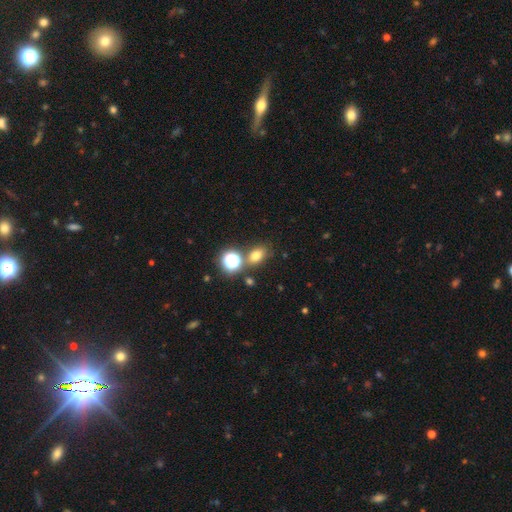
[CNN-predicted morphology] Smooth or featured? smooth (71%)
How rounded? in between (62%)
Merging? none (72%)